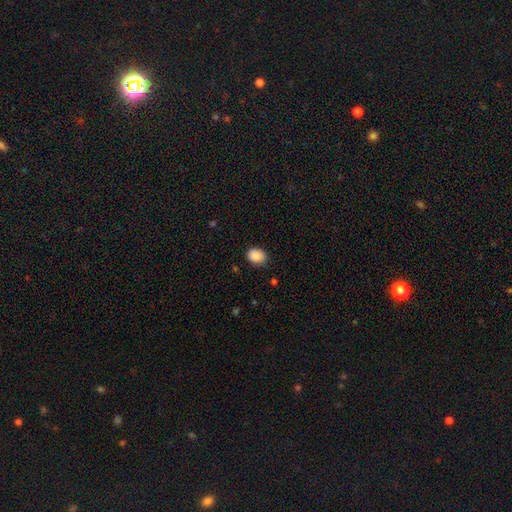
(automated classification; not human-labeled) This appears to be a smooth galaxy with no disk features (88%) that is in between round and cigar-shaped (53%). Merging: none (78%).